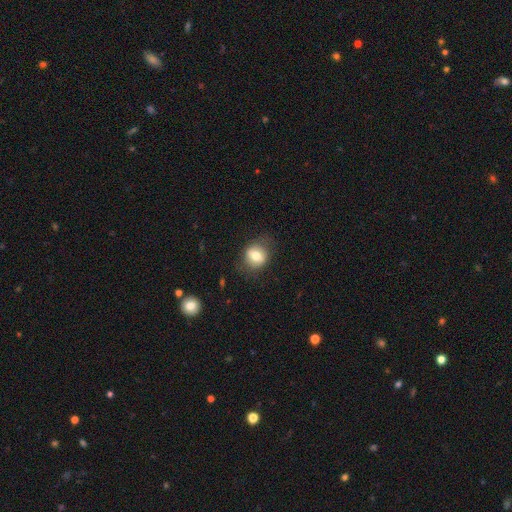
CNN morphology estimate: smooth_or_featured: smooth (p=0.70) [alt: featured or disk p=0.21]
how_rounded: round (p=0.68) [alt: in between p=0.31]
merging: none (p=0.75) [alt: minor disturbance p=0.17]